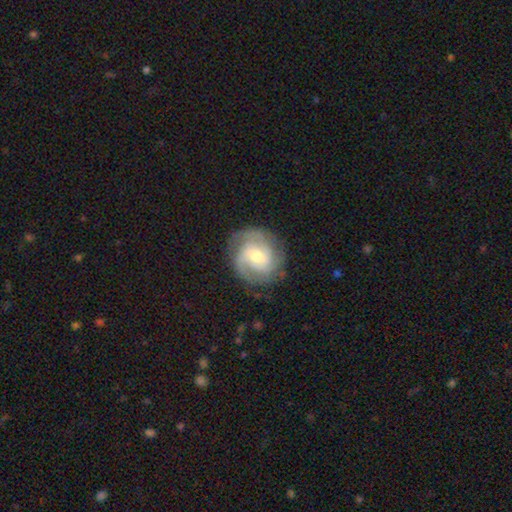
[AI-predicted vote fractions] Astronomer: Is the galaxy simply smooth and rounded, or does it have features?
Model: featured or disk — 83%.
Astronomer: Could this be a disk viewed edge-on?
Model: no — 98%.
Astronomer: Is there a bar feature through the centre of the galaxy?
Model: no — 52% (runner-up: weak, 39%).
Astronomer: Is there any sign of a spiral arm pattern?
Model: yes — 97%.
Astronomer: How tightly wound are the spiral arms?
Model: tight — 54% (runner-up: medium, 38%).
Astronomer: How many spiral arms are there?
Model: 3 — 41% (runner-up: 2, 29%).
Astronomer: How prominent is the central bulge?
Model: moderate — 62%.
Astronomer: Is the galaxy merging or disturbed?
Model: none — 80%.